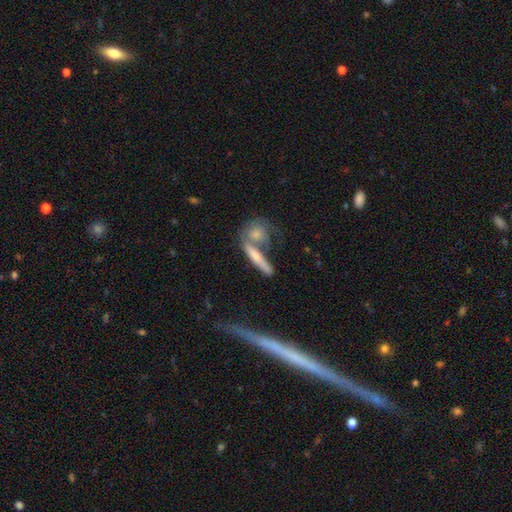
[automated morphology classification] Smooth or featured?
  - smooth: 49% *
  - featured or disk: 40%
  - star or artifact: 10%
Merging?
  - none: 41% *
  - merger: 38%
  - minor disturbance: 13%
  - major disturbance: 8%